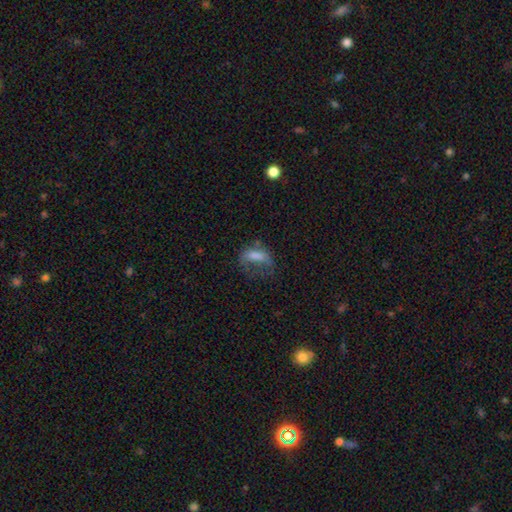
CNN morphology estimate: This is possibly a smooth galaxy (57%). How rounded: likely in between (73%). Merging: possibly major disturbance (47%).